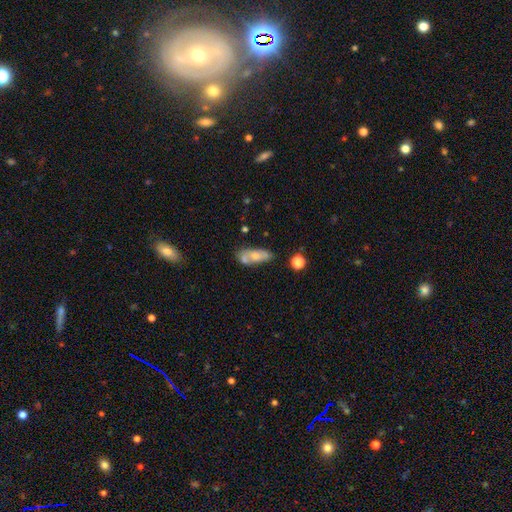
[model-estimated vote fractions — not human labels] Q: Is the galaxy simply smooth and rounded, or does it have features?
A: smooth — 60%.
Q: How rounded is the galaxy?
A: in between — 75%.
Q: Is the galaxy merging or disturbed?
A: none — 44%.